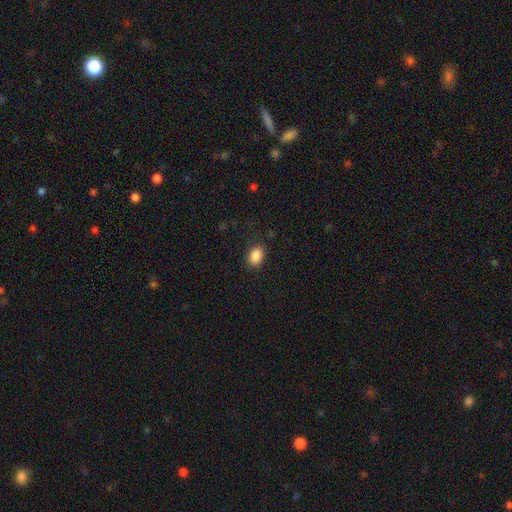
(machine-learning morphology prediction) type=smooth (88%); roundness=in between (80%); merging=none (86%).